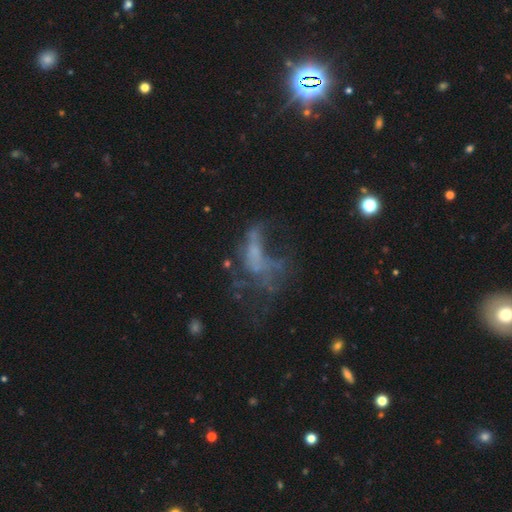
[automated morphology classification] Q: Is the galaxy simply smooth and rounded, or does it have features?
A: featured or disk — 52%.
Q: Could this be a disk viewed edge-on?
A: no — 96%.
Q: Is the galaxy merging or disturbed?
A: major disturbance — 48%.